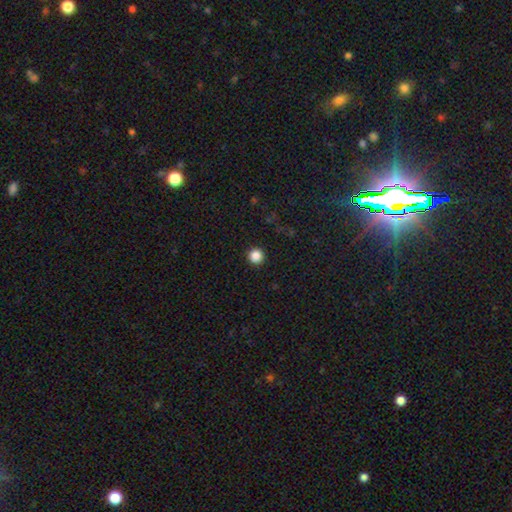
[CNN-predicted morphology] Smooth or featured: smooth — 86% (star or artifact — 11%)
How rounded: round — 96% (in between — 3%)
Merging: none — 93% (minor disturbance — 4%)